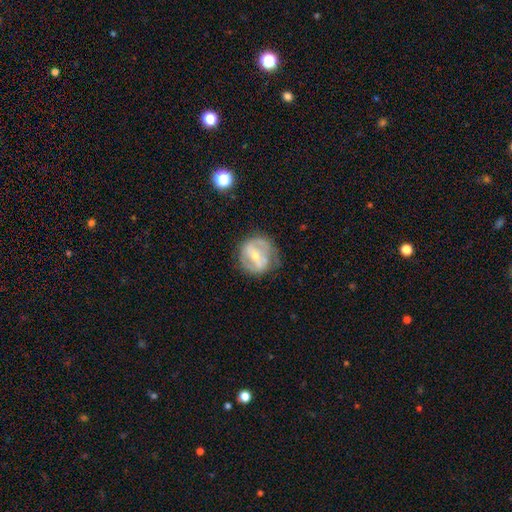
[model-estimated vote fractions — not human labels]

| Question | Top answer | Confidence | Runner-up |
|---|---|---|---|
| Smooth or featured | featured or disk | 70% | smooth (24%) |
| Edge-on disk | no | 96% | yes (4%) |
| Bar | strong | 39% | weak (38%) |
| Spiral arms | yes | 69% | no (31%) |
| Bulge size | small | 51% | moderate (44%) |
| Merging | none | 62% | minor disturbance (23%) |